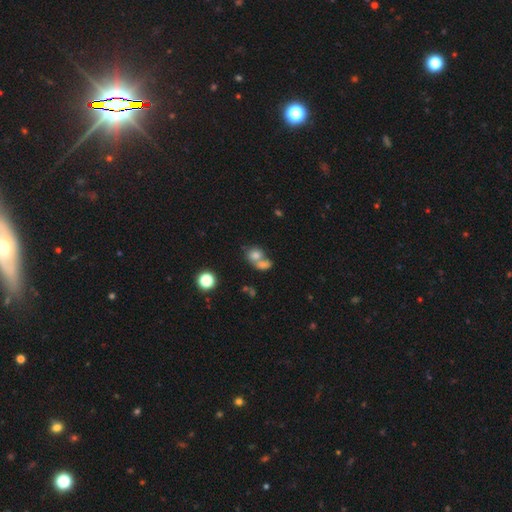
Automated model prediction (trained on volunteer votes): The model was most divided on "how rounded": round: 62%, in between: 37%, cigar-shaped: 1%. More confident: smooth or featured — smooth (75%); merging — merger (60%).